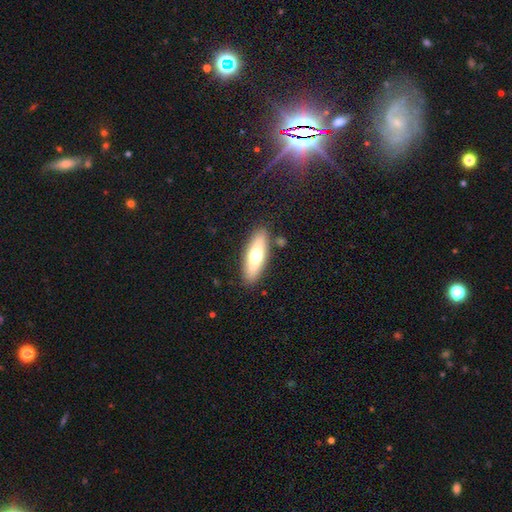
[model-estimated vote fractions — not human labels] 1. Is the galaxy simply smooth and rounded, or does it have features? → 61% smooth, 33% featured or disk, 6% star or artifact.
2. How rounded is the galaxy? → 55% in between, 42% cigar-shaped, 3% round.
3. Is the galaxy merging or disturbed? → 85% none, 9% minor disturbance, 3% merger, 2% major disturbance.